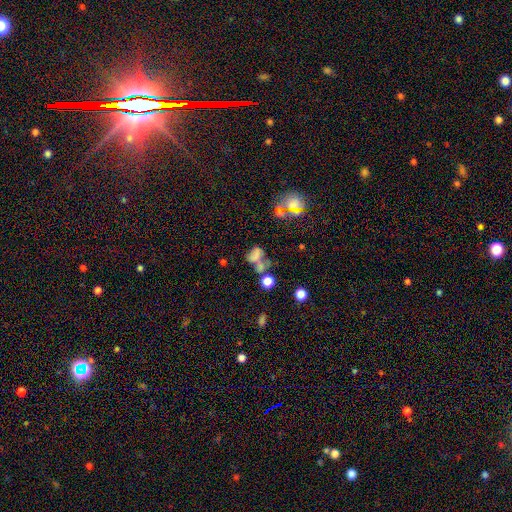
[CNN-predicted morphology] This is possibly a smooth galaxy (49%). Merging: marginally merger (35%).